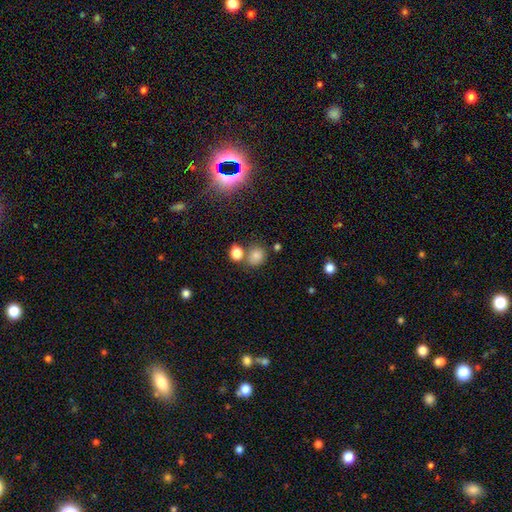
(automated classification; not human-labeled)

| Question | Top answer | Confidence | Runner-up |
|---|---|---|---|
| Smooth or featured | smooth | 79% | star or artifact (14%) |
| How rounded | round | 73% | in between (26%) |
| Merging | none | 65% | merger (19%) |